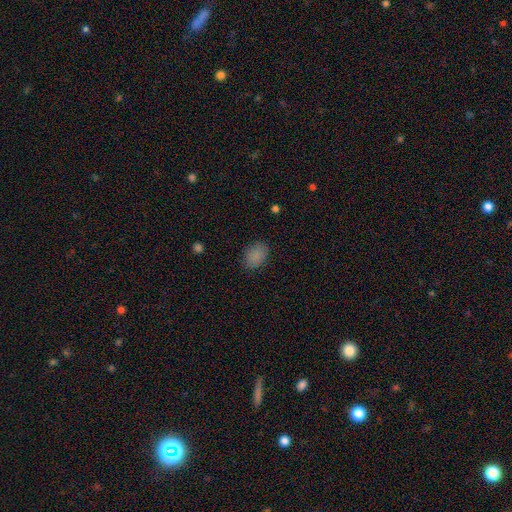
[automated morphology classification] smooth_or_featured: smooth (p=0.85) [alt: star or artifact p=0.11]
how_rounded: in between (p=0.73) [alt: round p=0.26]
merging: none (p=0.84) [alt: minor disturbance p=0.12]